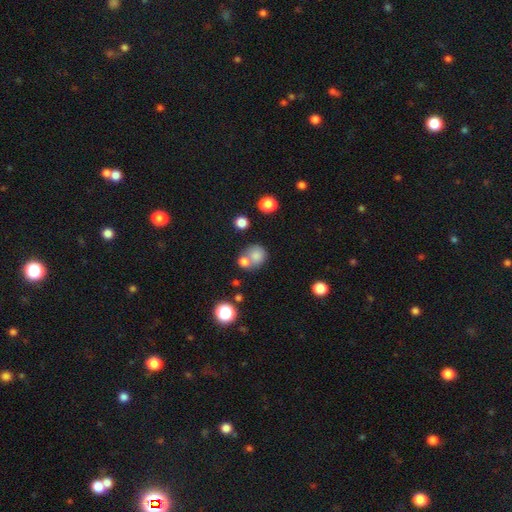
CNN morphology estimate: Overall: smooth (77%). How rounded: round (79%). Merging: merger (44%; none 42%).